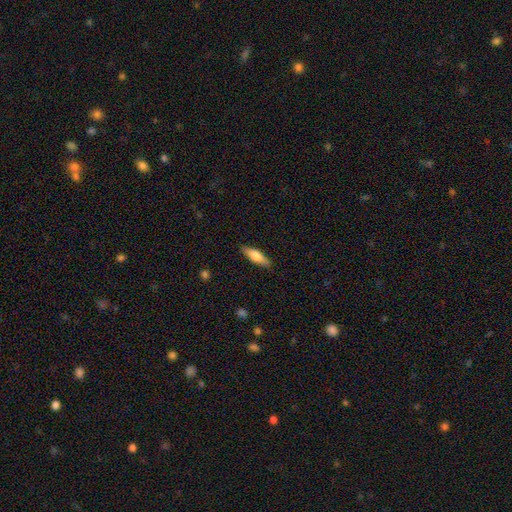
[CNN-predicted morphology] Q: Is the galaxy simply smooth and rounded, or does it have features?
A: smooth — 65%.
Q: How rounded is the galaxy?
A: cigar-shaped — 55%.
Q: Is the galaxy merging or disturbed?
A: none — 88%.